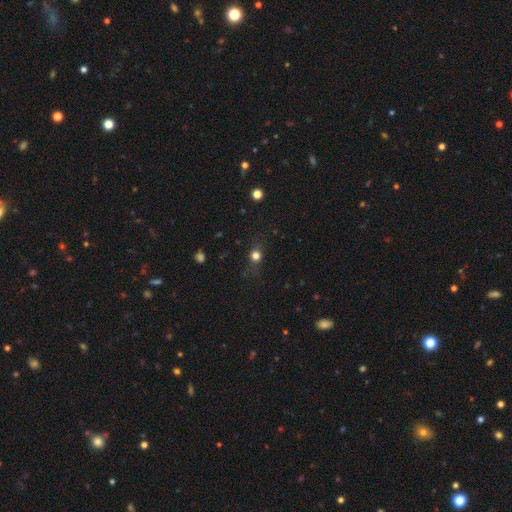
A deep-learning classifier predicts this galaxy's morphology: smooth 69%, star or artifact 19%, featured or disk 12%. Down the decision tree: how rounded — round (68%); merging — none (76%).